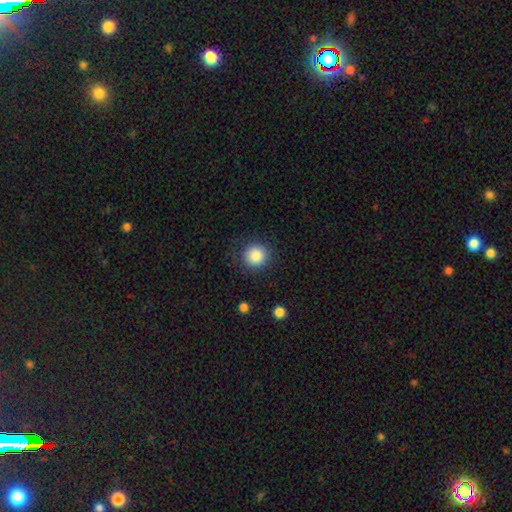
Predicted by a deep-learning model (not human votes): smooth-or-featured: smooth: 86% | star or artifact: 9% | featured or disk: 4%
  how-rounded: round: 93% | in between: 6% | cigar-shaped: 1%
  merging: none: 87% | minor disturbance: 8% | major disturbance: 3% | merger: 1%